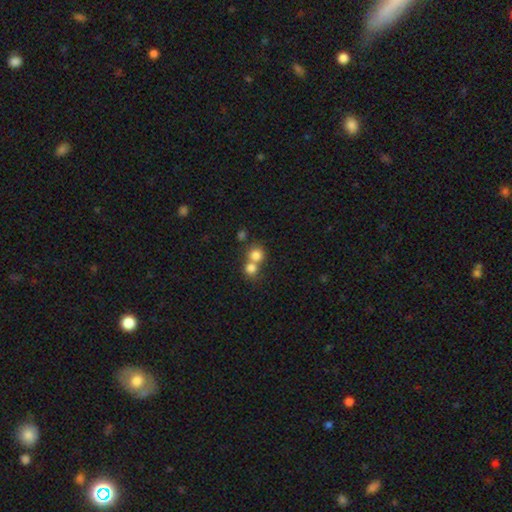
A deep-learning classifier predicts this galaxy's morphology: smooth_or_featured: smooth (p=0.79) [alt: star or artifact p=0.12]
how_rounded: round (p=0.86) [alt: in between p=0.13]
merging: merger (p=0.52) [alt: none p=0.40]